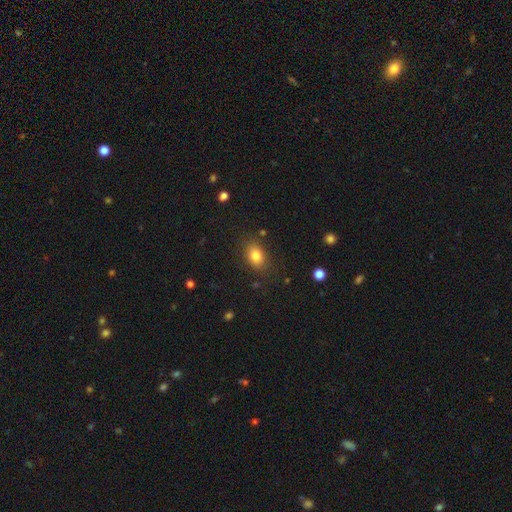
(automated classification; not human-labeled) Smooth or featured: smooth — 83% (star or artifact — 10%)
How rounded: in between — 75% (round — 23%)
Merging: none — 82% (minor disturbance — 12%)